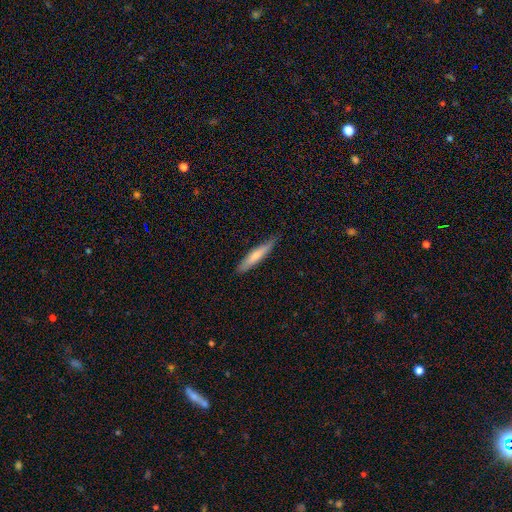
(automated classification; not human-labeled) Smooth or featured: smooth — 69% (featured or disk — 25%)
How rounded: cigar-shaped — 88% (in between — 10%)
Merging: none — 82% (minor disturbance — 15%)